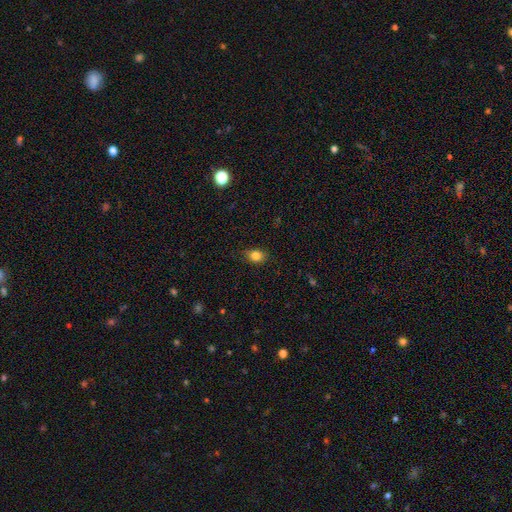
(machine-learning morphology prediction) Overall: smooth (83%). How rounded: in between (68%; round 30%). Merging: none (84%).